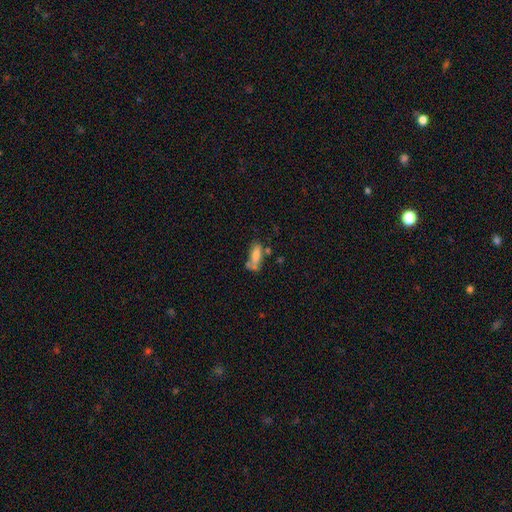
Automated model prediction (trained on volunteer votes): Smooth or featured?
  - smooth: 72% *
  - featured or disk: 19%
  - star or artifact: 9%
How rounded?
  - in between: 63% *
  - cigar-shaped: 35%
  - round: 3%
Merging?
  - none: 46% *
  - merger: 22%
  - minor disturbance: 22%
  - major disturbance: 10%